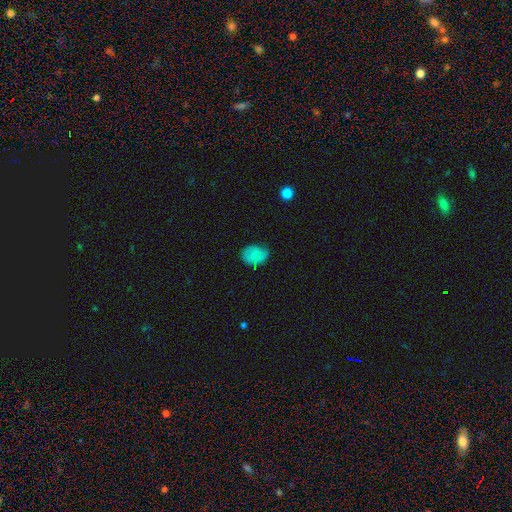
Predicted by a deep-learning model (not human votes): smooth_or_featured: smooth (p=0.69) [alt: featured or disk p=0.19]
how_rounded: in between (p=0.60) [alt: round p=0.39]
merging: none (p=0.58) [alt: minor disturbance p=0.30]